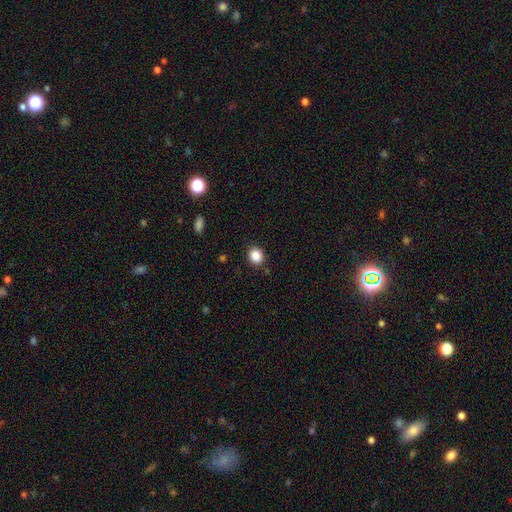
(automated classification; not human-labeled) This appears to be a smooth galaxy with no disk features (87%) that is round (73%). Merging: none (88%).